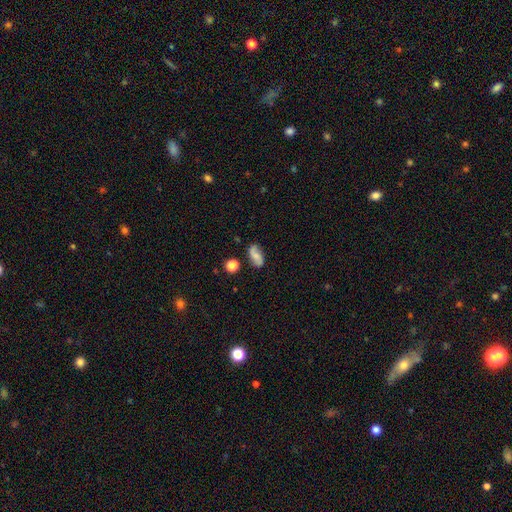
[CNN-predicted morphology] Smooth or featured? featured or disk (47%)
Merging? none (76%)